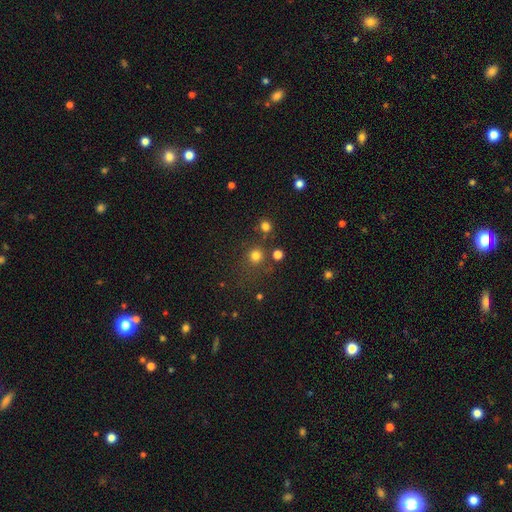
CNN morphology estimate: This is likely a smooth galaxy (76%). How rounded: clearly round (91%). Merging: likely none (74%).